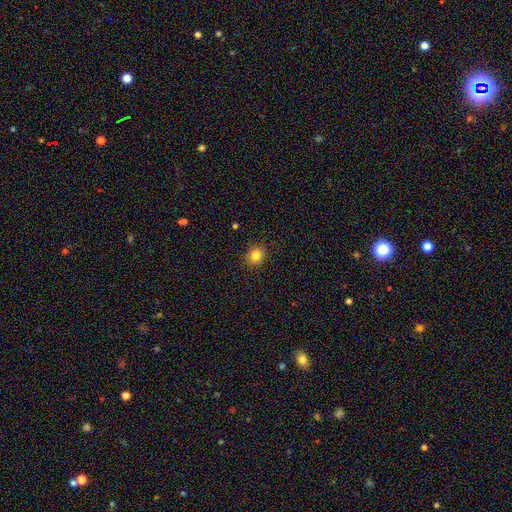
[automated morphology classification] The model was most divided on "how rounded": round: 72%, in between: 28%, cigar-shaped: 1%. More confident: merging — none (89%); smooth or featured — smooth (83%).